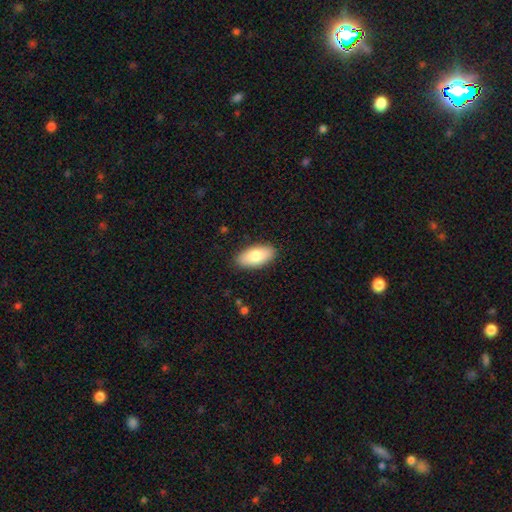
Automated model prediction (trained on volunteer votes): Smooth or featured? Predicted: smooth (p=0.81). How rounded? Predicted: in between (p=0.93). Merging? Predicted: none (p=0.88).